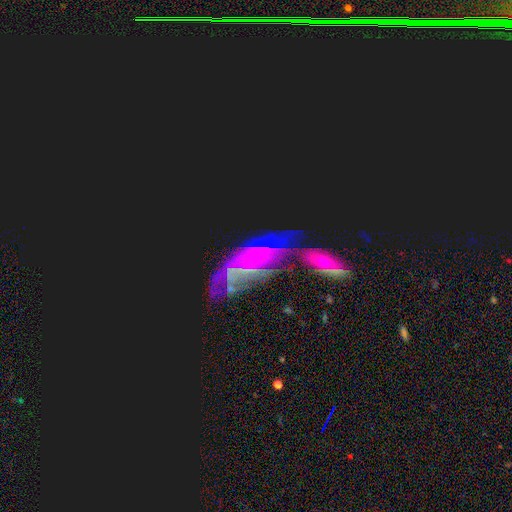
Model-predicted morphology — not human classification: featured or disk 55%, star or artifact 27%, smooth 17%. Down the decision tree: edge-on disk — no (83%); merging — merger (43%).